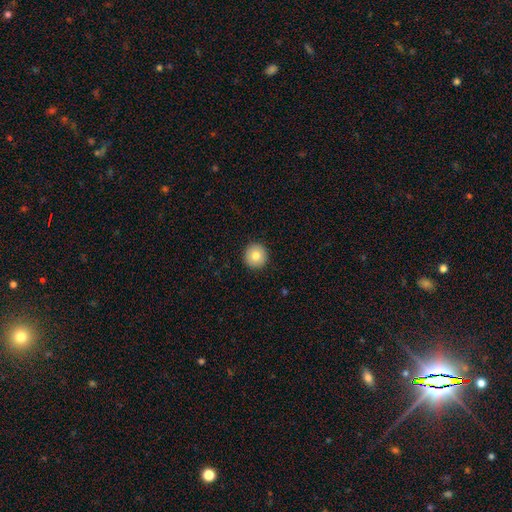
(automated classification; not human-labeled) A smooth galaxy with no disk features (80%) that is round (96%).

Vote fractions:
- Smooth or featured? smooth: 80% / featured or disk: 11% / star or artifact: 8%
- How rounded? round: 96% / in between: 3% / cigar-shaped: 1%
- Merging? none: 93% / minor disturbance: 5% / major disturbance: 1% / merger: 1%